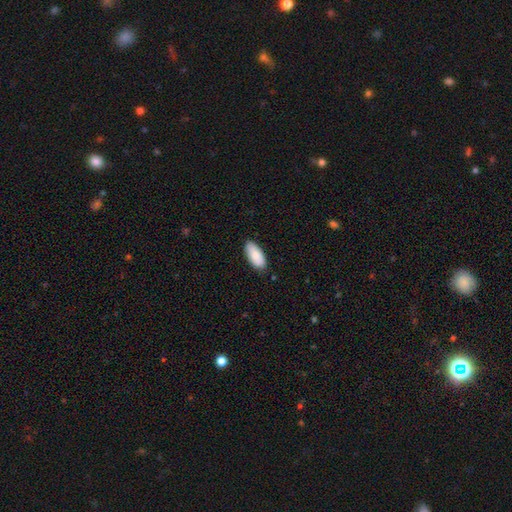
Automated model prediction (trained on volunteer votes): Smooth or featured? smooth (85%)
How rounded? in between (90%)
Merging? none (85%)